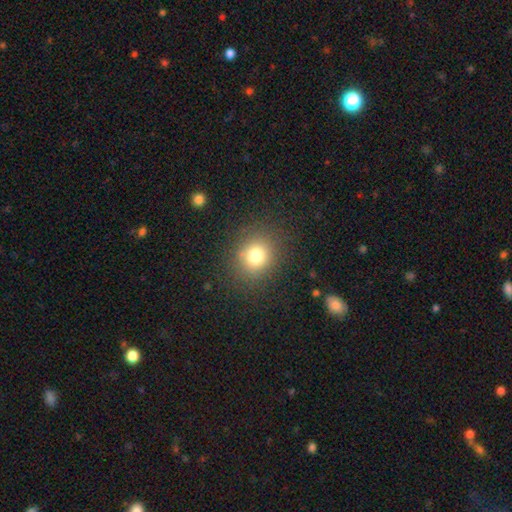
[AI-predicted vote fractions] Smooth or featured: smooth — 76% (star or artifact — 15%)
How rounded: round — 81% (in between — 19%)
Merging: none — 86% (minor disturbance — 8%)